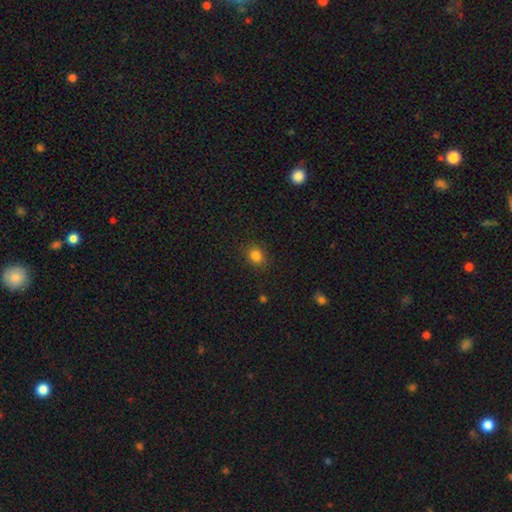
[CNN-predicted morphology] Q: Smooth or featured?
A: smooth (83%); runner-up: star or artifact (13%)
Q: How rounded?
A: round (62%); runner-up: in between (37%)
Q: Merging?
A: none (86%); runner-up: minor disturbance (10%)